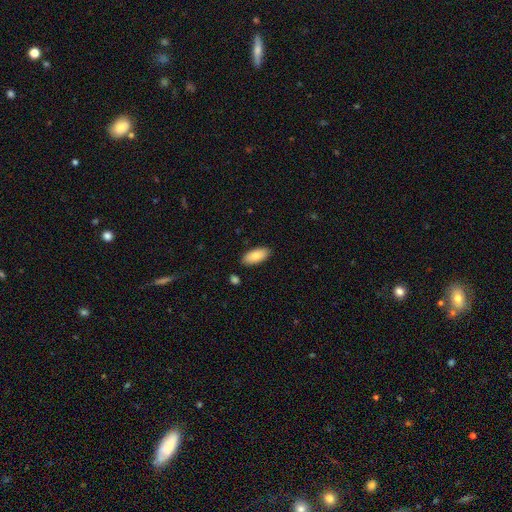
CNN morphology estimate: A smooth galaxy with no disk features (85%) that is in between round and cigar-shaped (90%). Merging: none (88%).